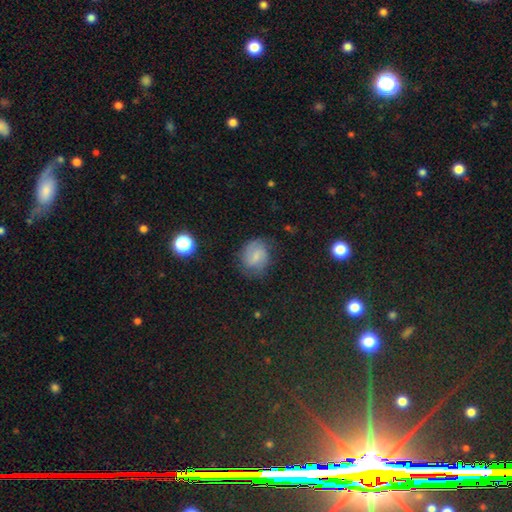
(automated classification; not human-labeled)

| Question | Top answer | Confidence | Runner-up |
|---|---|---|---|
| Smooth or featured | smooth | 51% | featured or disk (37%) |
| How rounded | round | 66% | in between (33%) |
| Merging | none | 68% | minor disturbance (21%) |